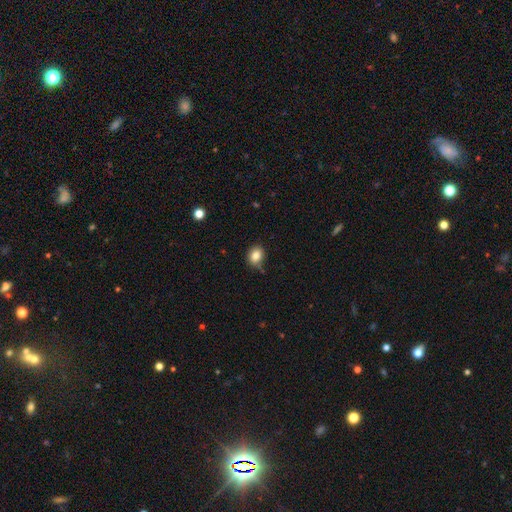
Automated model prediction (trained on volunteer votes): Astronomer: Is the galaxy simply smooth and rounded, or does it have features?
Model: smooth — 83%.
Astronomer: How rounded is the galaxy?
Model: round — 51% (runner-up: in between, 48%).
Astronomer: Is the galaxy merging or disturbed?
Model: none — 74%.